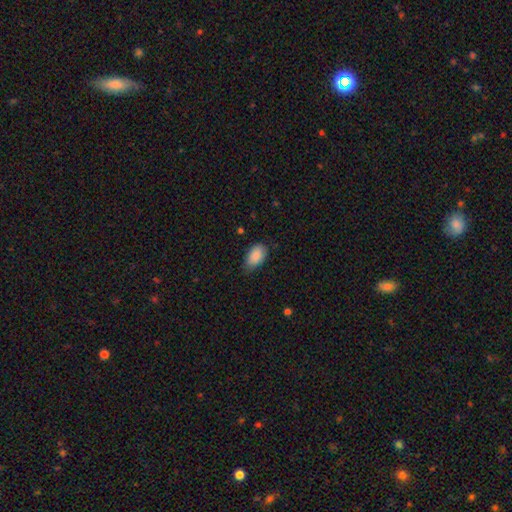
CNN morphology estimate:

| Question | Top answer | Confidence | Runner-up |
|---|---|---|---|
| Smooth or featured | smooth | 89% | star or artifact (7%) |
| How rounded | in between | 93% | round (5%) |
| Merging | none | 69% | minor disturbance (26%) |